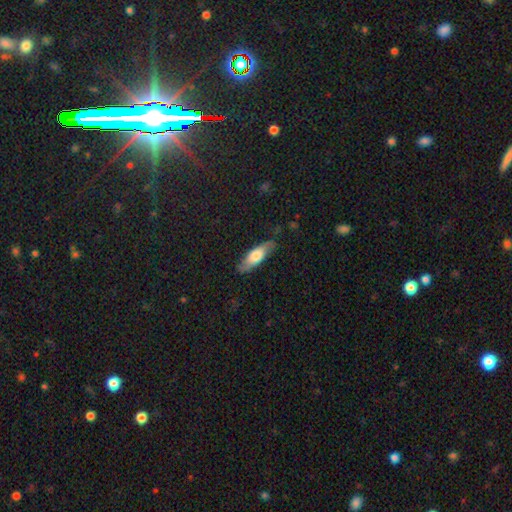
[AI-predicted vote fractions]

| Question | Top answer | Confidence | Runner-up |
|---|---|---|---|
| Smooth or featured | smooth | 58% | featured or disk (36%) |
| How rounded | in between | 54% | cigar-shaped (44%) |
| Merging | none | 80% | minor disturbance (16%) |